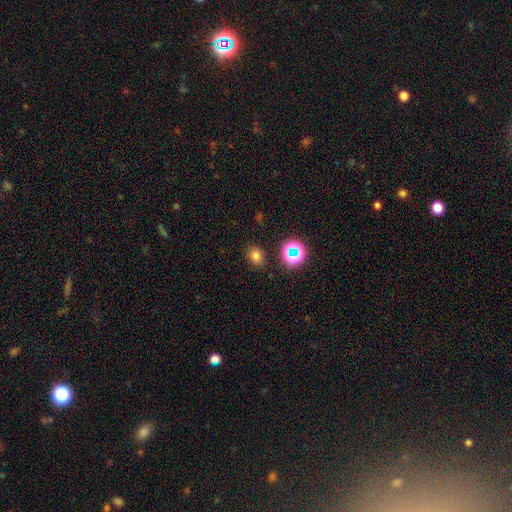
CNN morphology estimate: Smooth or featured?
  - smooth: 73% *
  - star or artifact: 20%
  - featured or disk: 7%
How rounded?
  - round: 50% *
  - in between: 49%
  - cigar-shaped: 1%
Merging?
  - none: 85% *
  - minor disturbance: 9%
  - major disturbance: 3%
  - merger: 2%